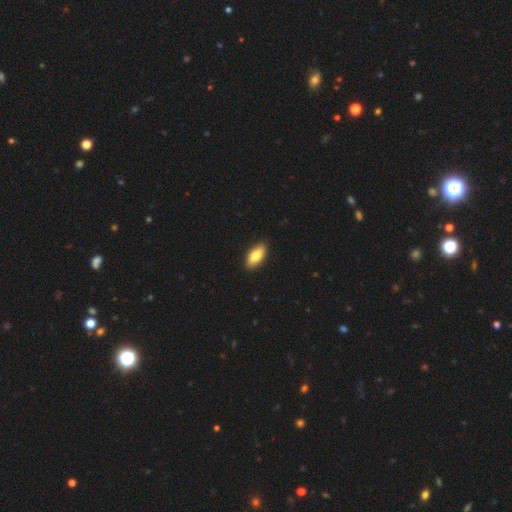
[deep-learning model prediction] A smooth galaxy with no disk features (84%) that is in between round and cigar-shaped (88%).

Vote fractions:
- Smooth or featured? smooth: 84% / featured or disk: 10% / star or artifact: 6%
- How rounded? in between: 88% / cigar-shaped: 10% / round: 2%
- Merging? none: 89% / minor disturbance: 9% / major disturbance: 2% / merger: 1%